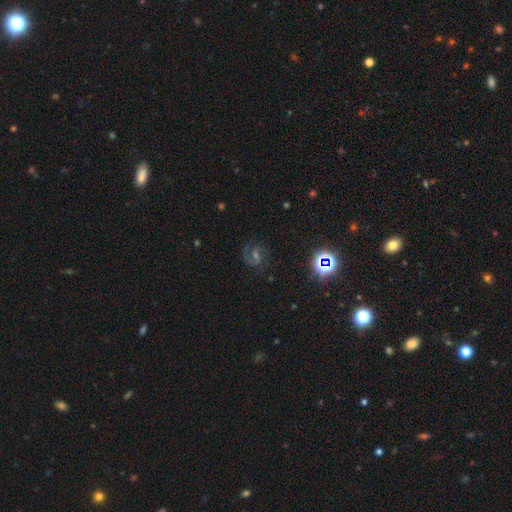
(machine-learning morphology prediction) smooth_or_featured: featured or disk (p=0.68) [alt: star or artifact p=0.22]
disk_edge_on: no (p=0.97) [alt: yes p=0.03]
bar: weak (p=0.51) [alt: no p=0.26]
has_spiral_arms: yes (p=0.95) [alt: no p=0.05]
spiral_winding: medium (p=0.54) [alt: tight p=0.31]
spiral_arm_count: 2 (p=0.85) [alt: can't tell p=0.06]
bulge_size: moderate (p=0.44) [alt: small p=0.41]
merging: none (p=0.79) [alt: minor disturbance p=0.13]